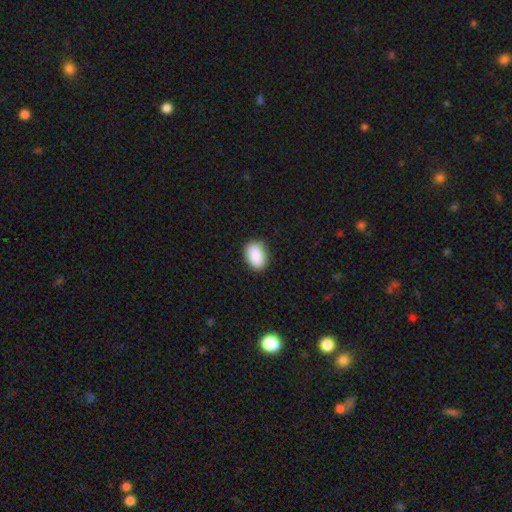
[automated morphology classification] type=smooth (89%); roundness=in between (83%); merging=none (86%).